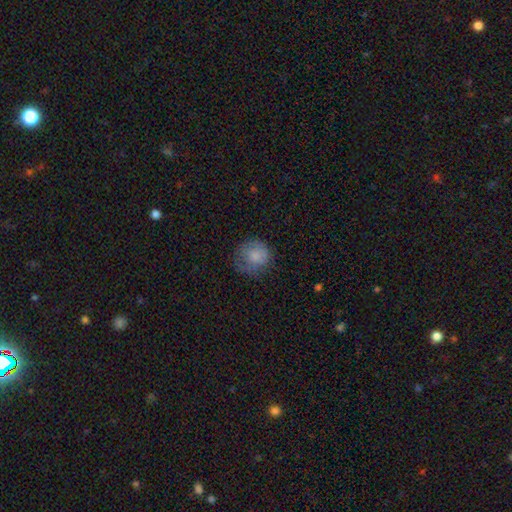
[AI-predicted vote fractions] smooth_or_featured: smooth (p=0.76) [alt: featured or disk p=0.16]
how_rounded: round (p=0.86) [alt: in between p=0.13]
merging: none (p=0.60) [alt: minor disturbance p=0.26]